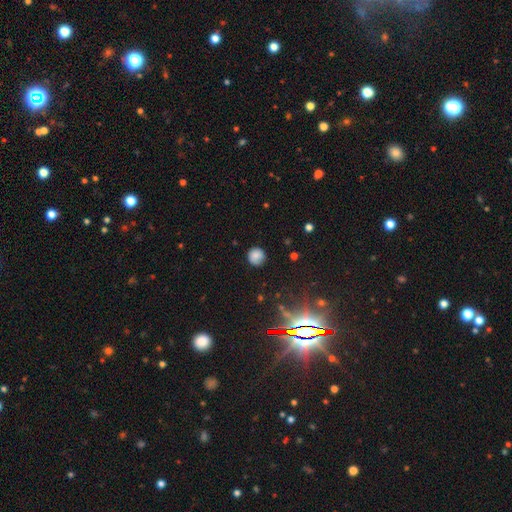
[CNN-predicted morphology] A smooth galaxy with no disk features (78%) that is round (92%).

Vote fractions:
- Smooth or featured? smooth: 78% / star or artifact: 13% / featured or disk: 9%
- How rounded? round: 92% / in between: 7% / cigar-shaped: 1%
- Merging? none: 80% / minor disturbance: 15% / major disturbance: 4% / merger: 1%